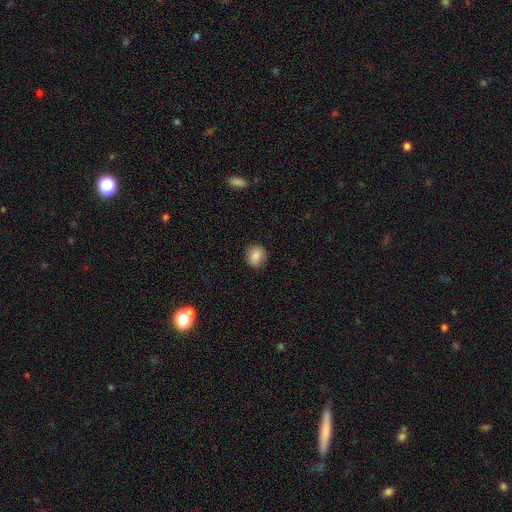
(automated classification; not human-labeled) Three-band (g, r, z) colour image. It shows a smooth galaxy with no disk features (85%) that is round (76%). Merging: none (87%).